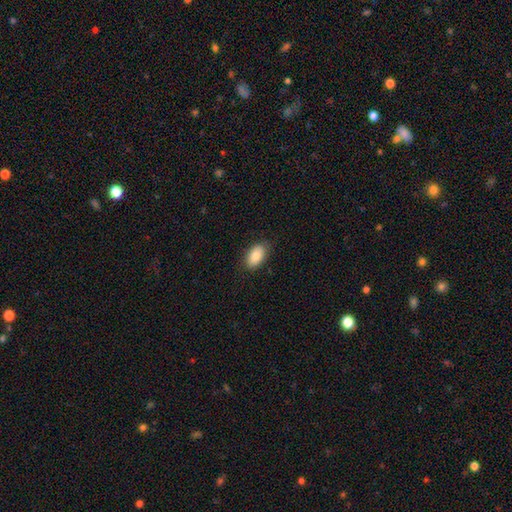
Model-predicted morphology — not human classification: smooth-or-featured: smooth: 84% | featured or disk: 9% | star or artifact: 7%
  how-rounded: in between: 93% | round: 5% | cigar-shaped: 2%
  merging: none: 85% | minor disturbance: 12% | major disturbance: 2% | merger: 1%